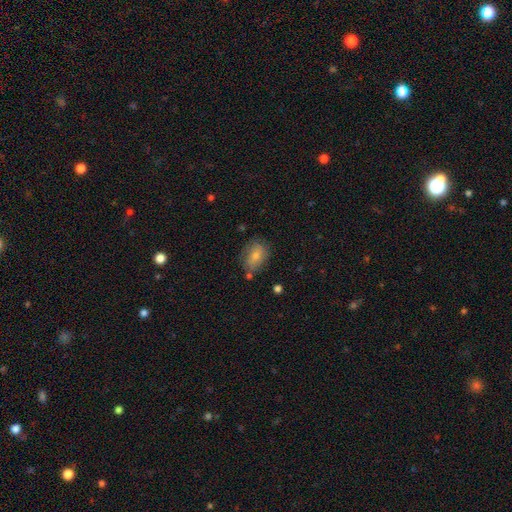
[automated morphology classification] type=smooth (73%); roundness=in between (78%); merging=none (68%).